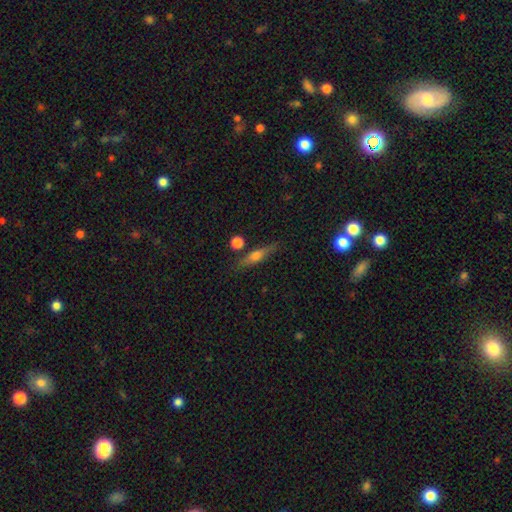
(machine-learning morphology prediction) This is possibly a featured or disk galaxy (51%). It is clearly viewed edge-on (93%). Merging: clearly none (80%).